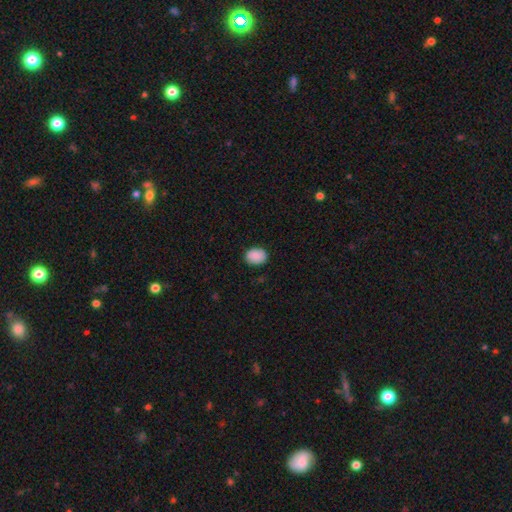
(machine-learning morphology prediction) smooth 88%, star or artifact 7%, featured or disk 5%. Down the decision tree: how rounded — in between (63%); merging — none (86%).